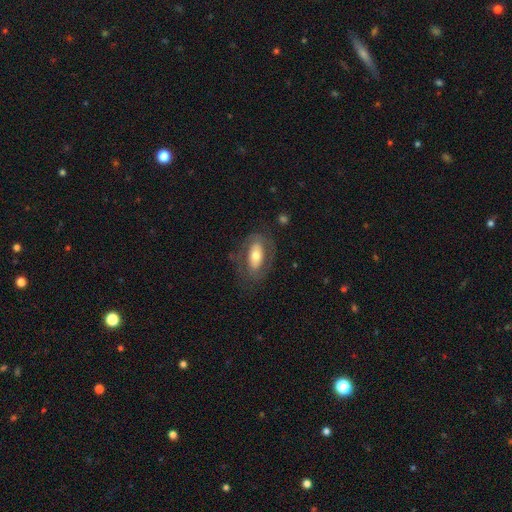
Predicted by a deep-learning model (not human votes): Overall: smooth (48%; featured or disk 46%). Merging: none (69%).